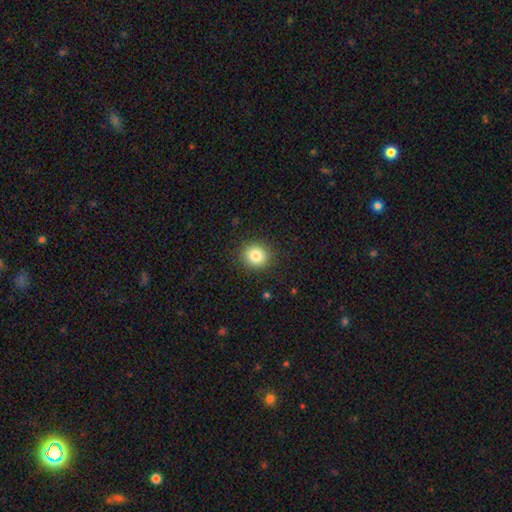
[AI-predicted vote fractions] The model was most divided on "how rounded": round: 85%, in between: 14%, cigar-shaped: 1%. More confident: merging — none (90%); smooth or featured — smooth (83%).